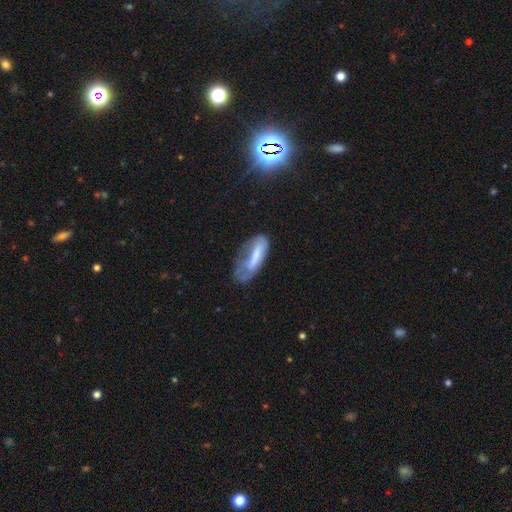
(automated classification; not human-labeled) This is possibly a smooth galaxy (54%). How rounded: likely in between (62%). Merging: marginally major disturbance (32%, tied with none).